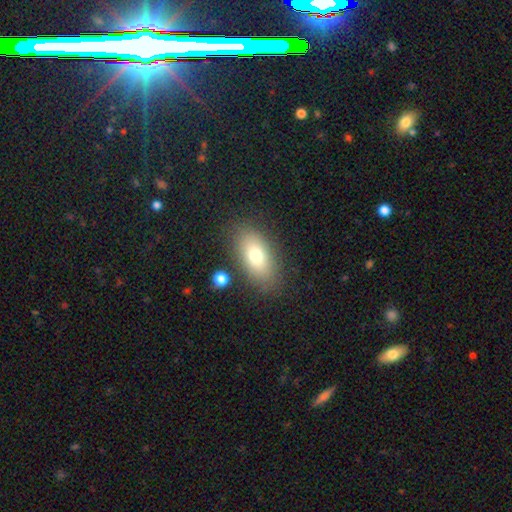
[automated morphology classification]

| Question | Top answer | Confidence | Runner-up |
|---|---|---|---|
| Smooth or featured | smooth | 75% | featured or disk (16%) |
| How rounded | in between | 89% | cigar-shaped (6%) |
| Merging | none | 82% | minor disturbance (11%) |